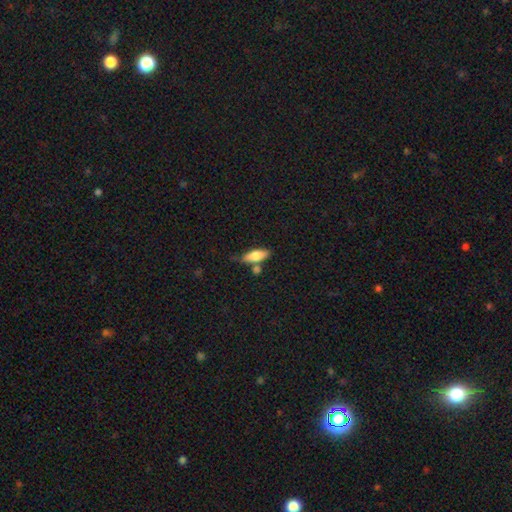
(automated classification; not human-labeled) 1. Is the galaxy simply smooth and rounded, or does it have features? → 74% smooth, 20% featured or disk, 6% star or artifact.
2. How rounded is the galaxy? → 66% in between, 31% cigar-shaped, 3% round.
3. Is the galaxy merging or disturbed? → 63% none, 18% minor disturbance, 15% merger, 4% major disturbance.